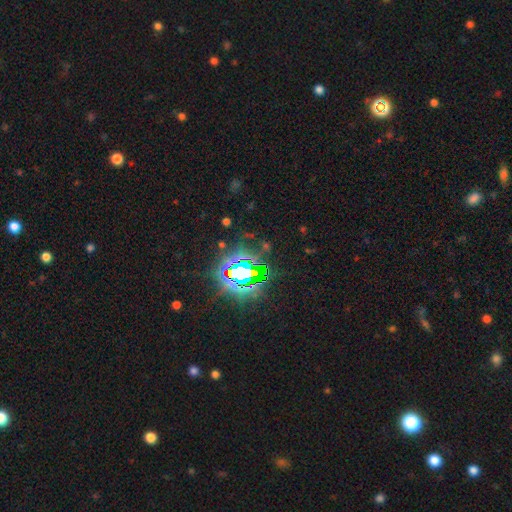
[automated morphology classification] type=star or artifact (84%).